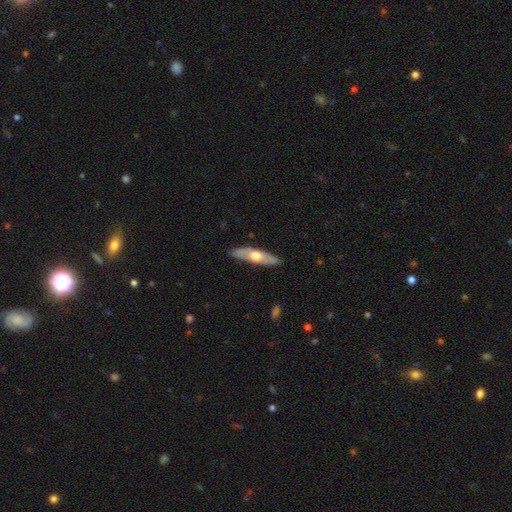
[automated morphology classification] type=featured or disk (52%); edge-on=yes (70%); merging=none (88%).